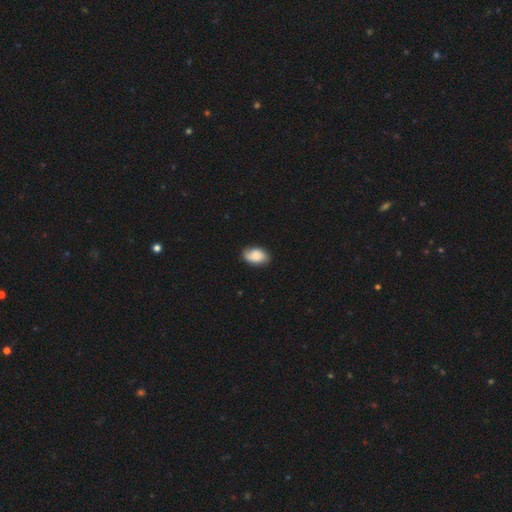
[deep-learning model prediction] Smooth or featured: smooth — 77% (featured or disk — 16%)
How rounded: in between — 90% (round — 9%)
Merging: none — 77% (minor disturbance — 19%)